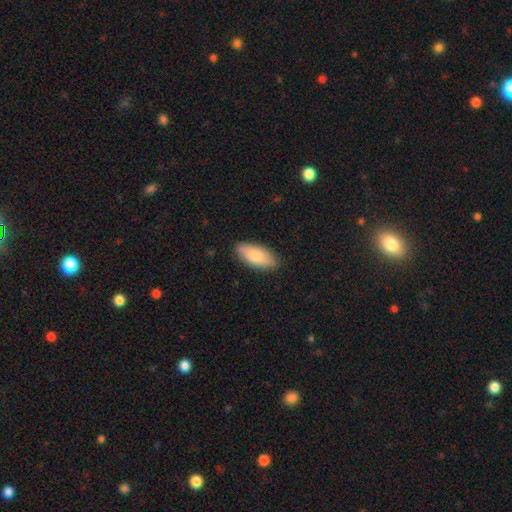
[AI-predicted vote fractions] Smooth or featured? Predicted: smooth (p=0.83). How rounded? Predicted: in between (p=0.88). Merging? Predicted: none (p=0.86).